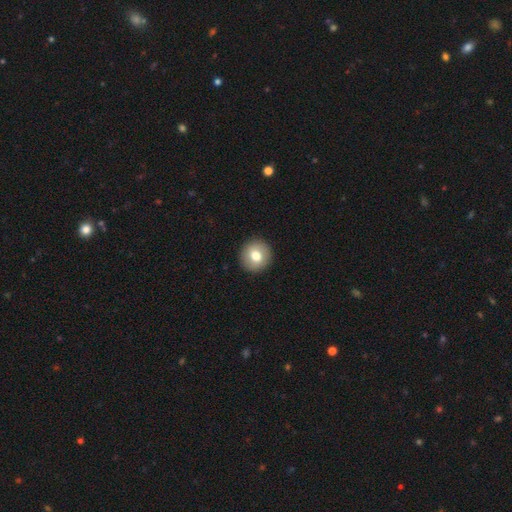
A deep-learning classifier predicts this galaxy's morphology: Smooth or featured: smooth — 75% (featured or disk — 17%)
How rounded: round — 93% (in between — 6%)
Merging: none — 93% (minor disturbance — 5%)